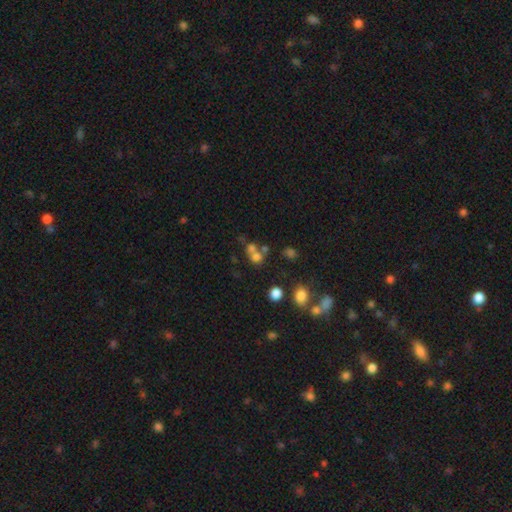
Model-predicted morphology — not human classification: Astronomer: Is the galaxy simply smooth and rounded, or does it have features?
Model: smooth — 64%.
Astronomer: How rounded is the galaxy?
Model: round — 79%.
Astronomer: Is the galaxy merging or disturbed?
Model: merger — 46% (runner-up: none, 41%).